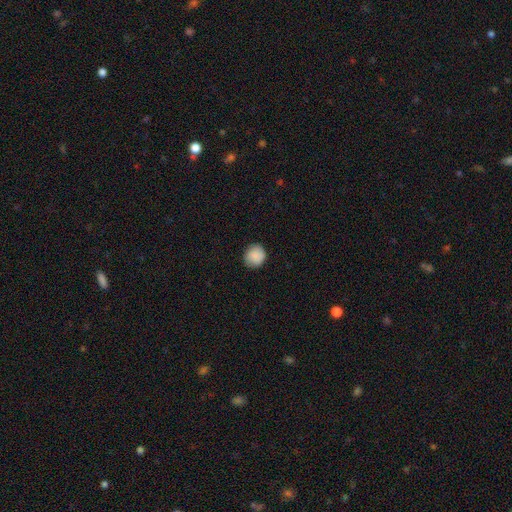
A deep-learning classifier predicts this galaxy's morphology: Smooth or featured? Predicted: smooth (p=0.87). How rounded? Predicted: round (p=0.85). Merging? Predicted: none (p=0.83).